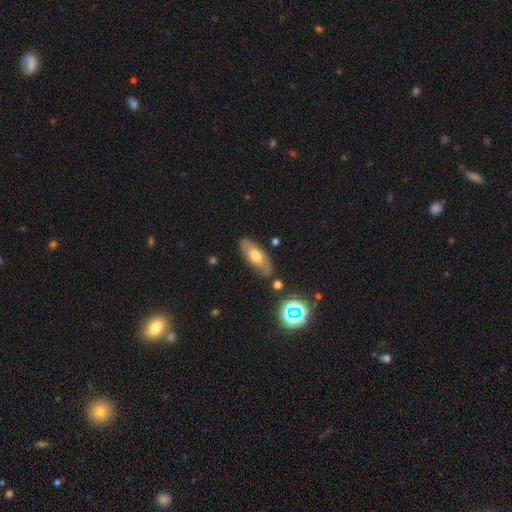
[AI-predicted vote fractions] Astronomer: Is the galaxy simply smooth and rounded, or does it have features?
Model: smooth — 57% (runner-up: featured or disk, 34%).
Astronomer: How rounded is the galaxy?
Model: in between — 76%.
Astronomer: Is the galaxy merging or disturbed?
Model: none — 78%.